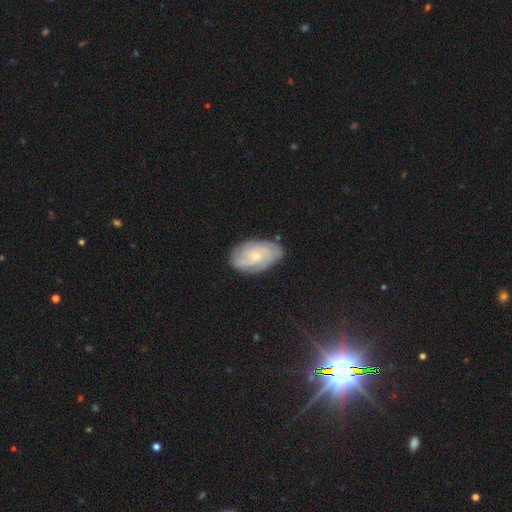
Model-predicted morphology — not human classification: A featured or disk galaxy (72%) with no bar (74%), tight (60%) spiral arms (92%) and a small central bulge (68%). Merging: none (79%).